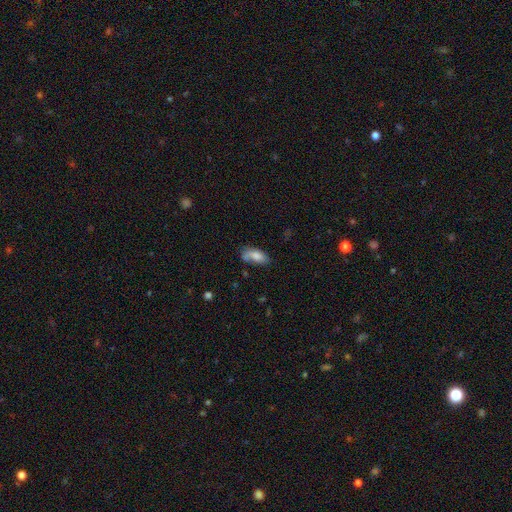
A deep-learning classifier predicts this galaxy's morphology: Smooth or featured?
  - smooth: 73% *
  - featured or disk: 19%
  - star or artifact: 8%
How rounded?
  - in between: 86% *
  - cigar-shaped: 10%
  - round: 4%
Merging?
  - none: 46% *
  - minor disturbance: 28%
  - major disturbance: 16%
  - merger: 11%